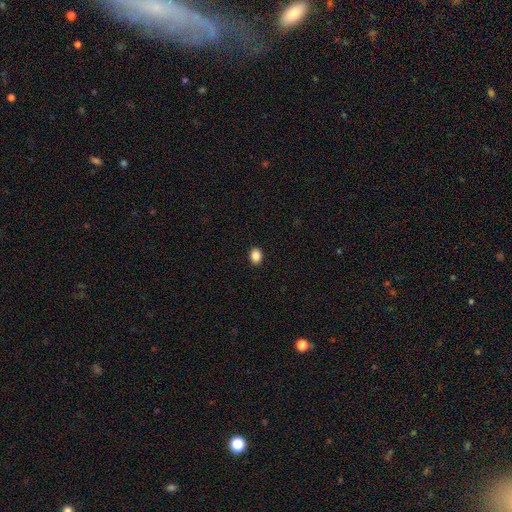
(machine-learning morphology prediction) smooth-or-featured: smooth: 88% | star or artifact: 9% | featured or disk: 3%
  how-rounded: in between: 66% | round: 33% | cigar-shaped: 1%
  merging: none: 91% | minor disturbance: 6% | major disturbance: 2% | merger: 1%